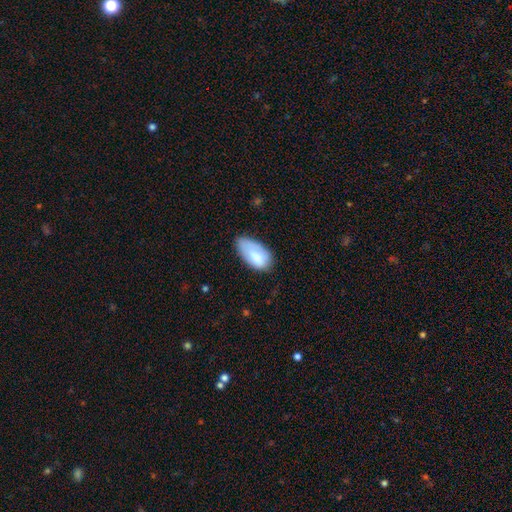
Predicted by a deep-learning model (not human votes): Overall: smooth (82%). How rounded: in between (95%). Merging: none (50%; minor disturbance 37%).